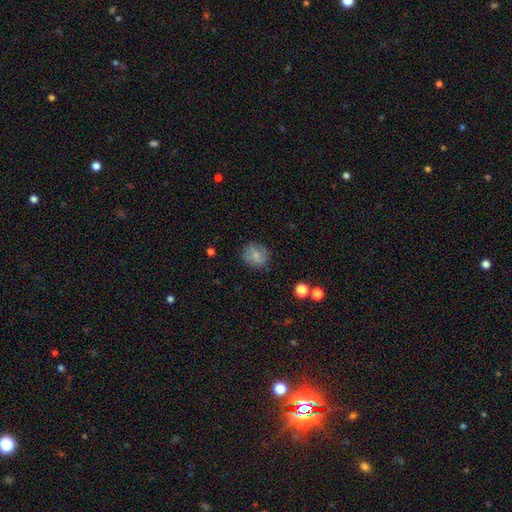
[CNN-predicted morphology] Smooth or featured?
  - smooth: 67% *
  - featured or disk: 24%
  - star or artifact: 9%
How rounded?
  - round: 80% *
  - in between: 19%
  - cigar-shaped: 1%
Merging?
  - none: 78% *
  - minor disturbance: 16%
  - major disturbance: 4%
  - merger: 1%